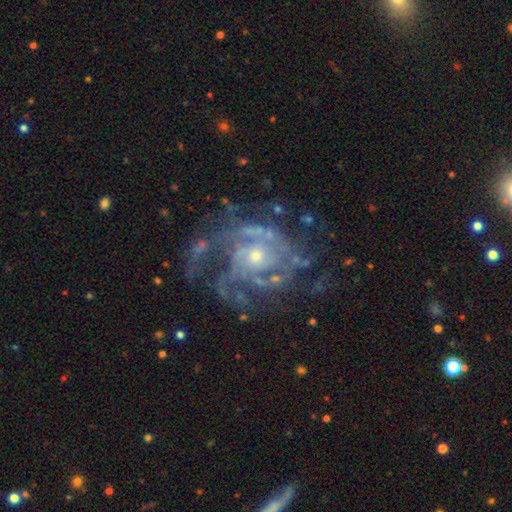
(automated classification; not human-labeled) featured or disk 87%, star or artifact 8%, smooth 5%. Down the decision tree: edge-on disk — no (97%); bar — no (77%); spiral arms — yes (94%); spiral arm count — can't tell (27%); spiral winding — tight (57%); bulge size — small (61%); merging — none (60%).